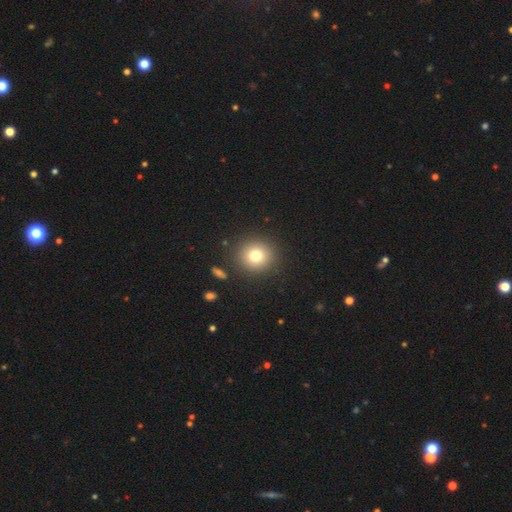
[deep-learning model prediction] Overall: smooth (77%). How rounded: round (90%). Merging: none (90%).